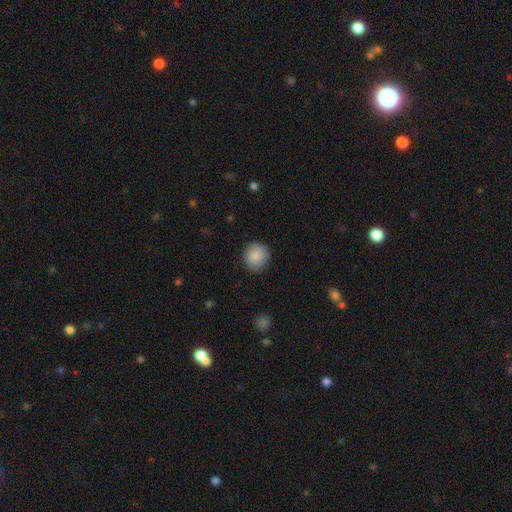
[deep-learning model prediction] This is clearly a smooth galaxy (88%). How rounded: clearly round (84%). Merging: clearly none (86%).